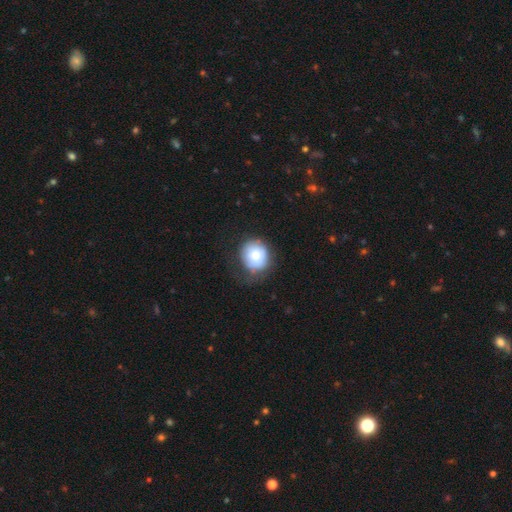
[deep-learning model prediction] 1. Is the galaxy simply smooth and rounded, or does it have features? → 72% smooth, 20% featured or disk, 8% star or artifact.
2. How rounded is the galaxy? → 84% round, 15% in between, 1% cigar-shaped.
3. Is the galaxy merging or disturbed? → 59% none, 26% minor disturbance, 13% major disturbance, 1% merger.